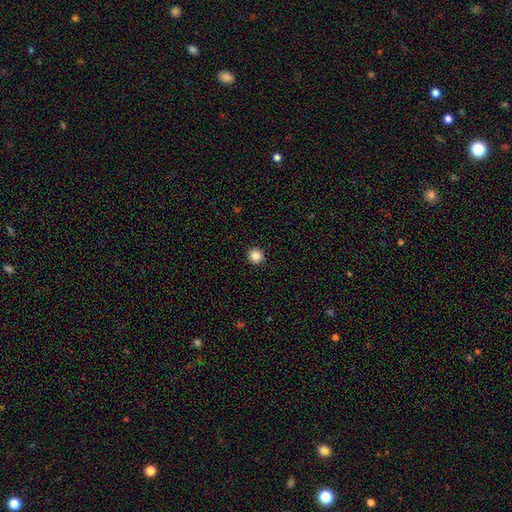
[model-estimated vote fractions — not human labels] A smooth galaxy with no disk features (86%) that is round (96%). Merging: none (94%).